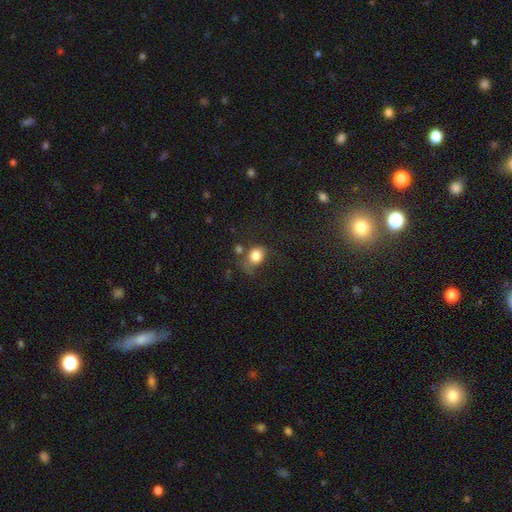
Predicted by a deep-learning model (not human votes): smooth-or-featured: smooth: 81% | star or artifact: 10% | featured or disk: 8%
  how-rounded: round: 53% | in between: 46% | cigar-shaped: 1%
  merging: none: 46% | minor disturbance: 26% | major disturbance: 18% | merger: 10%